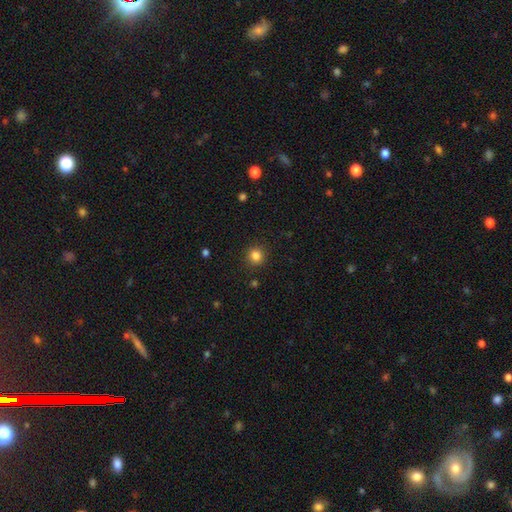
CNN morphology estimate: A smooth galaxy with no disk features (83%) that is round (88%). Merging: none (90%).